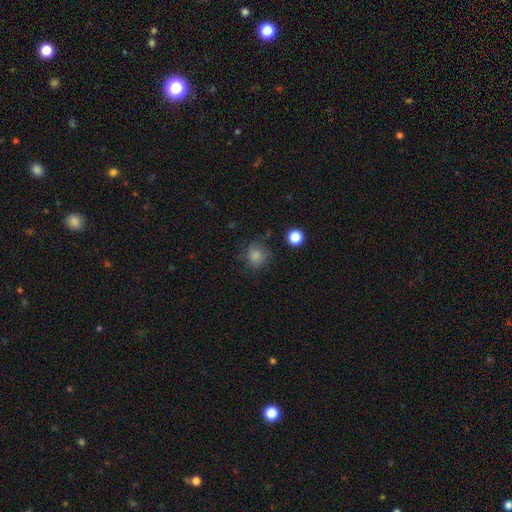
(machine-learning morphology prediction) type=smooth (83%); roundness=round (87%); merging=none (74%).